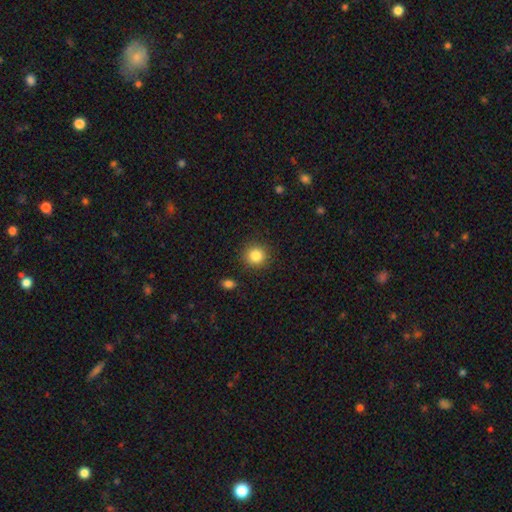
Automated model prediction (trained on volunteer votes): The model was most divided on "smooth or featured": smooth: 85%, star or artifact: 10%, featured or disk: 5%. More confident: how rounded — round (91%); merging — none (89%).